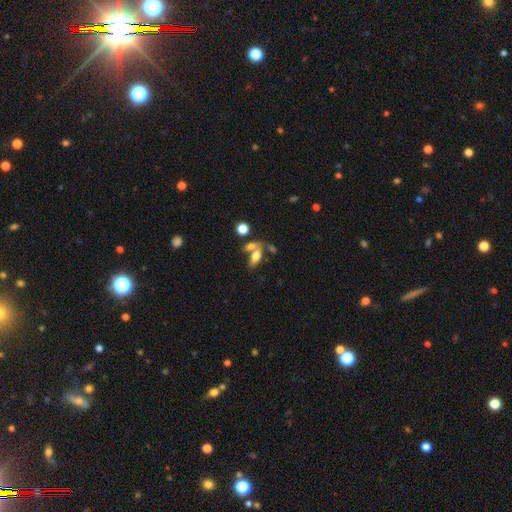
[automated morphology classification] A smooth galaxy with no disk features (64%) that is in between round and cigar-shaped (76%).

Vote fractions:
- Smooth or featured? smooth: 64% / featured or disk: 26% / star or artifact: 10%
- How rounded? in between: 76% / cigar-shaped: 18% / round: 6%
- Merging? none: 44% / merger: 37% / minor disturbance: 12% / major disturbance: 7%